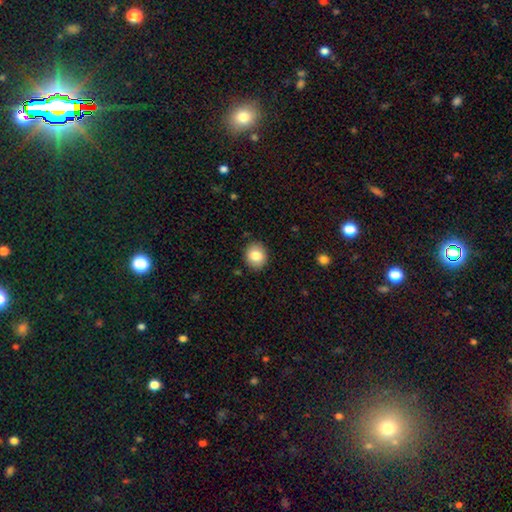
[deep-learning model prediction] Overall: smooth (82%). How rounded: round (74%). Merging: none (89%).